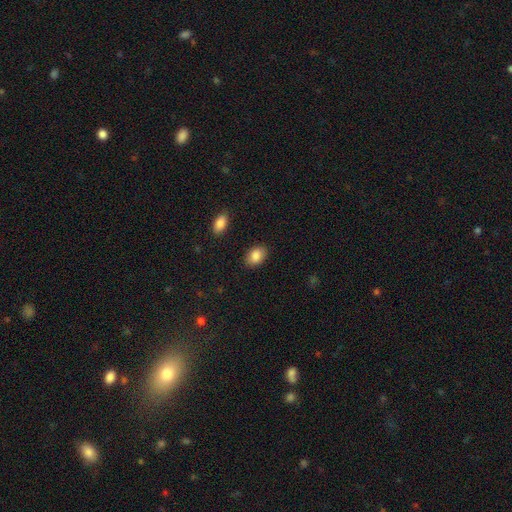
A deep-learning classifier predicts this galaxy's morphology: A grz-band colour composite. It shows a smooth galaxy with no disk features (87%) that is in between round and cigar-shaped (83%). Merging: none (87%).